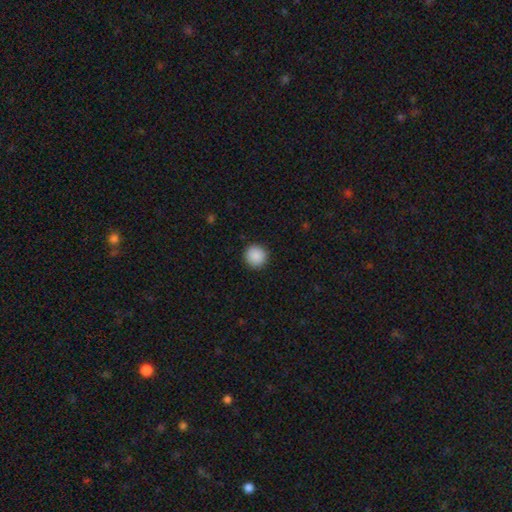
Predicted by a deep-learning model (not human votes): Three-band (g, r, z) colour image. It shows a smooth galaxy with no disk features (90%) that is round (94%). Merging: none (92%).